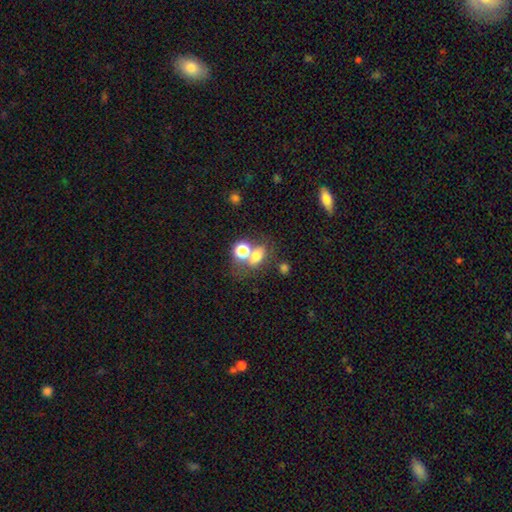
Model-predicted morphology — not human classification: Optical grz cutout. It shows a smooth galaxy with no disk features (69%) that is in between round and cigar-shaped (61%). Merging: none (47%).